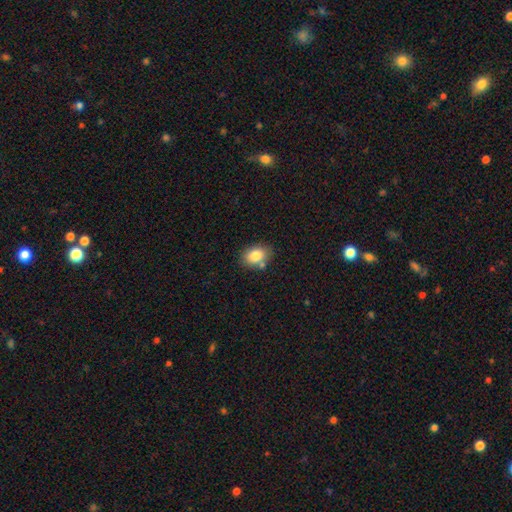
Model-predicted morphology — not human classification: Smooth or featured?
  - smooth: 82% *
  - featured or disk: 9%
  - star or artifact: 8%
How rounded?
  - in between: 74% *
  - round: 25%
  - cigar-shaped: 1%
Merging?
  - none: 71% *
  - minor disturbance: 15%
  - merger: 10%
  - major disturbance: 4%